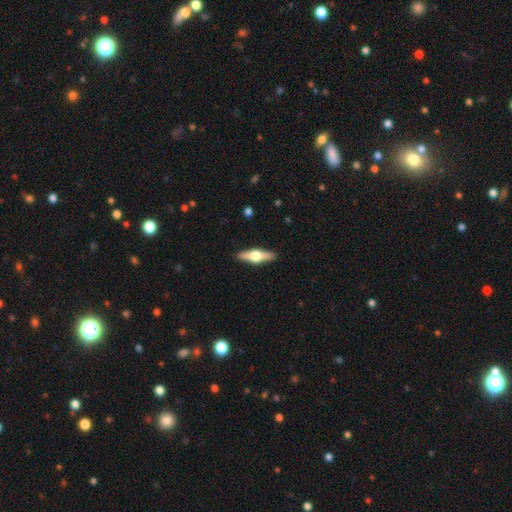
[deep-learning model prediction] smooth-or-featured: featured or disk: 65% | smooth: 30% | star or artifact: 5%
  disk-edge-on: yes: 96% | no: 4%
    edge-on-bulge: rounded: 96% | boxy: 3% | none: 1%
  merging: none: 91% | minor disturbance: 6% | major disturbance: 1% | merger: 1%